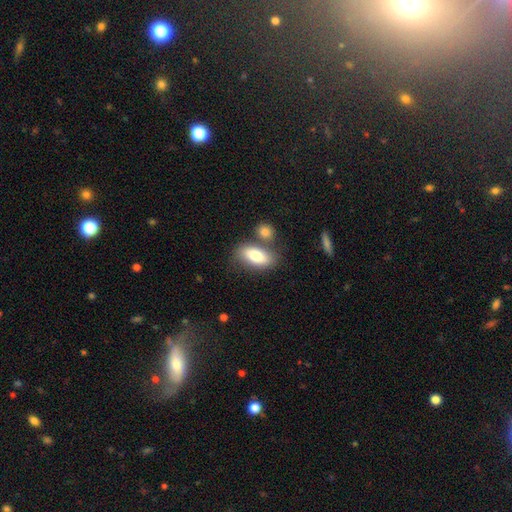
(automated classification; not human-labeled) The model was most divided on "merging": none: 60%, merger: 22%, minor disturbance: 13%, major disturbance: 4%. More confident: how rounded — in between (88%); smooth or featured — smooth (77%).